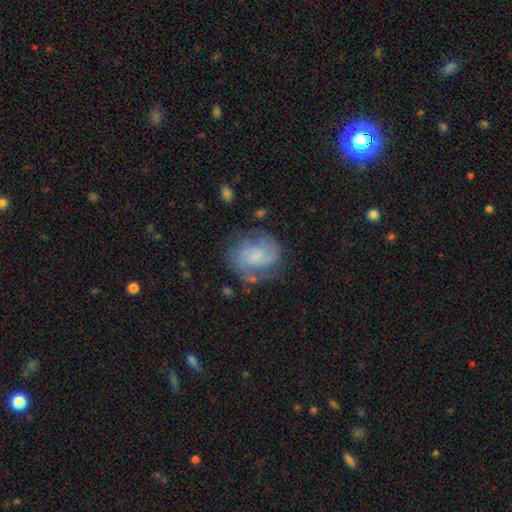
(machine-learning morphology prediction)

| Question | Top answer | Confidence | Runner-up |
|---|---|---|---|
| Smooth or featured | featured or disk | 66% | smooth (26%) |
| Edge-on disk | no | 98% | yes (2%) |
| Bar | no | 58% | weak (36%) |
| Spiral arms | yes | 87% | no (13%) |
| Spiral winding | medium | 42% | tight (40%) |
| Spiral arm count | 2 | 55% | can't tell (25%) |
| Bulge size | small | 46% | none (32%) |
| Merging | none | 62% | minor disturbance (22%) |